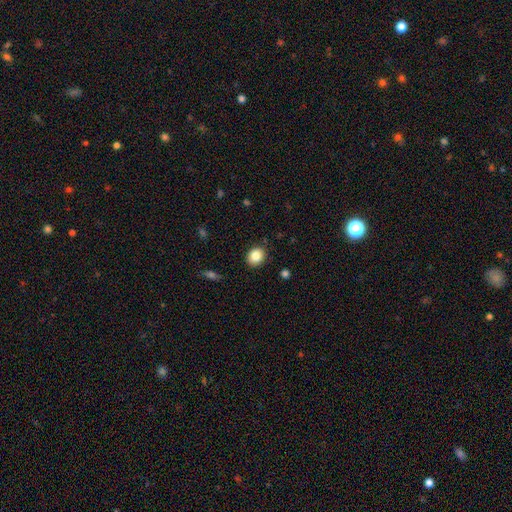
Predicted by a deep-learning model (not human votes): This is clearly a smooth galaxy (85%). How rounded: possibly round (58%). Merging: clearly none (88%).